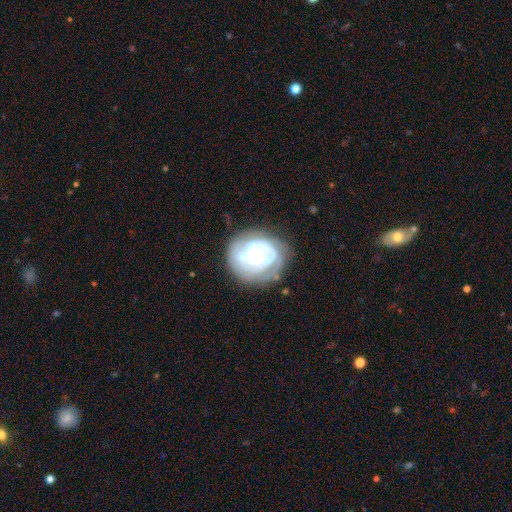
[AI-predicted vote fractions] A featured or disk galaxy (78%) with no bar (77%), tight (67%) spiral arms (84%) and a small central bulge (63%).

Vote fractions:
- Smooth or featured? featured or disk: 78% / smooth: 16% / star or artifact: 6%
- Edge-on disk? no: 98% / yes: 2%
- Bar? no: 77% / weak: 18% / strong: 5%
- Spiral arms? yes: 84% / no: 16%
- Spiral winding? tight: 67% / medium: 25% / loose: 8%
- Spiral arm count? can't tell: 38% / 2: 24% / 3: 20% / 4: 7% / 1: 6% / more than 4: 4%
- Bulge size? small: 63% / moderate: 32% / large: 2% / none: 2% / dominant: 1%
- Merging? none: 65% / minor disturbance: 20% / major disturbance: 11% / merger: 4%